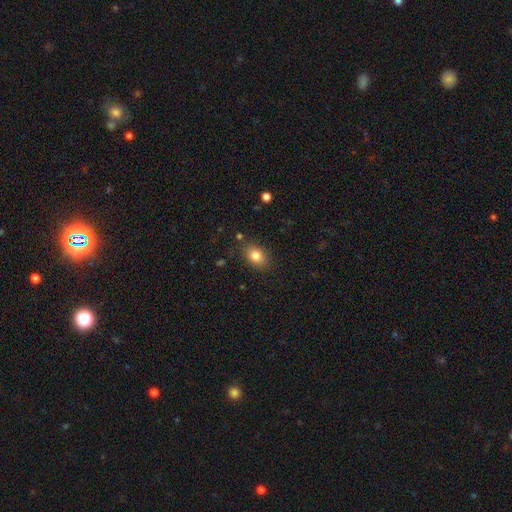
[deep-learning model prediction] Q: Smooth or featured?
A: smooth (82%); runner-up: star or artifact (10%)
Q: How rounded?
A: in between (76%); runner-up: round (23%)
Q: Merging?
A: none (83%); runner-up: minor disturbance (11%)